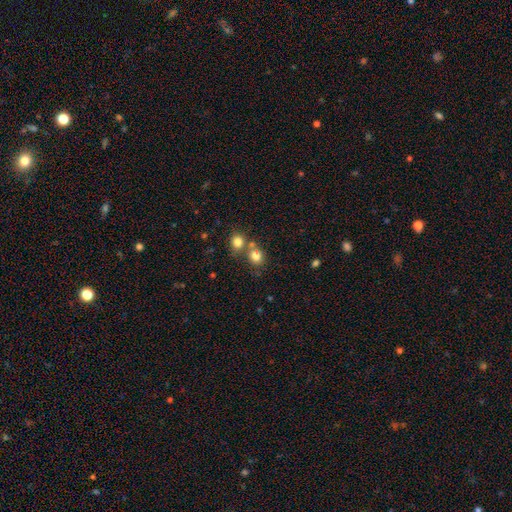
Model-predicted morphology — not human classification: Q: Smooth or featured?
A: smooth (78%); runner-up: star or artifact (13%)
Q: How rounded?
A: round (68%); runner-up: in between (31%)
Q: Merging?
A: none (48%); runner-up: merger (39%)